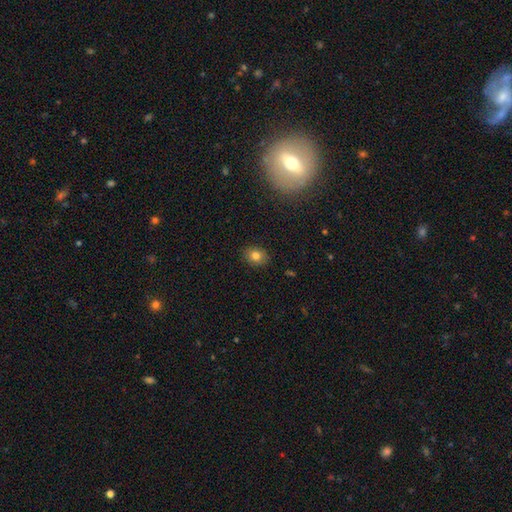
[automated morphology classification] Smooth or featured? smooth (81%)
How rounded? in between (51%)
Merging? none (88%)